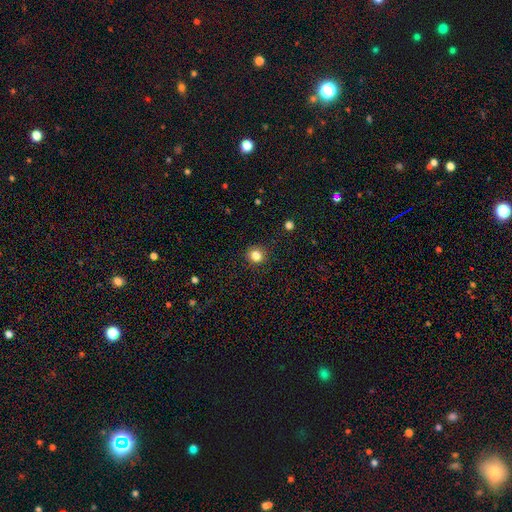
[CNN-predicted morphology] A smooth galaxy with no disk features (83%) that is round (90%). Merging: none (90%).